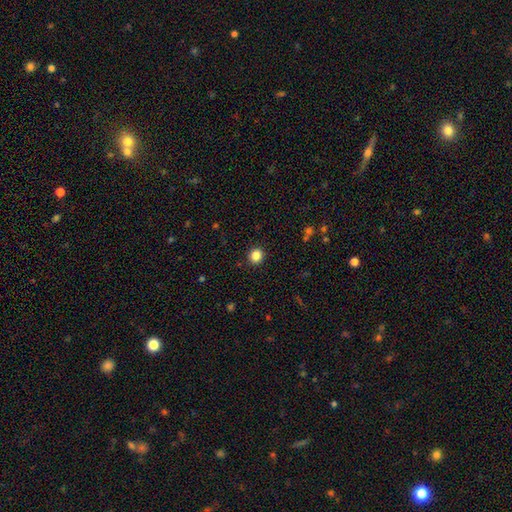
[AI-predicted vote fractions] Smooth or featured: smooth — 85% (star or artifact — 11%)
How rounded: round — 89% (in between — 10%)
Merging: none — 92% (minor disturbance — 5%)